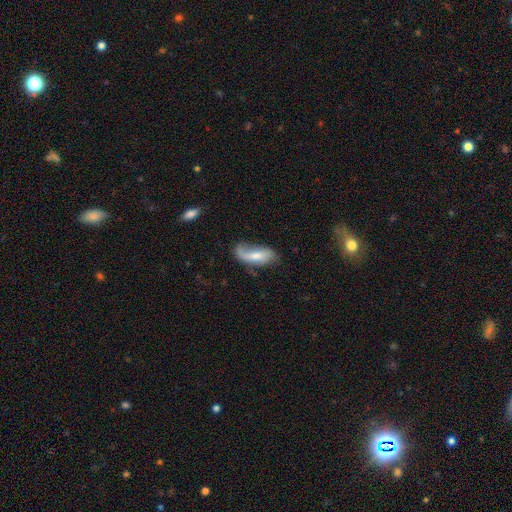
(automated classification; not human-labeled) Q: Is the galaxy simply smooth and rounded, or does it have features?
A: featured or disk — 47%.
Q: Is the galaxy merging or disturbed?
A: none — 42%.